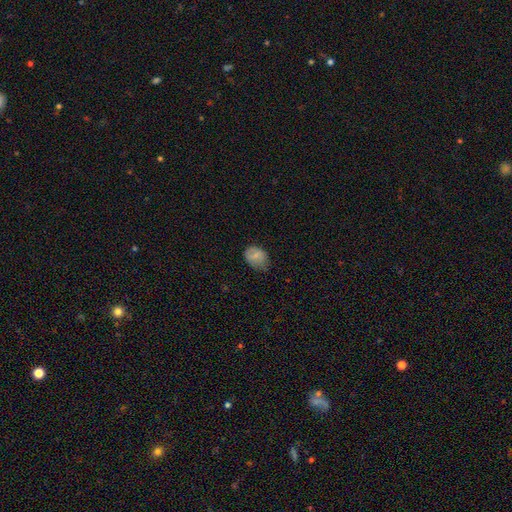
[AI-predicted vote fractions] The model was most divided on "merging": none: 53%, minor disturbance: 36%, major disturbance: 10%, merger: 1%. More confident: smooth or featured — smooth (78%); how rounded — in between (68%).